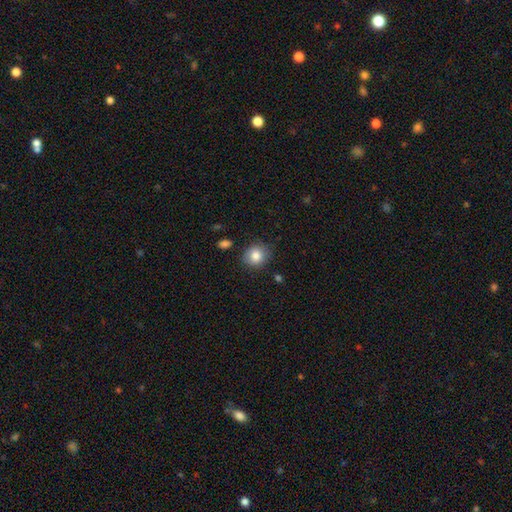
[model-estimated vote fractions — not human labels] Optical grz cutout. It shows a smooth galaxy with no disk features (83%) that is round (73%). Merging: none (81%).